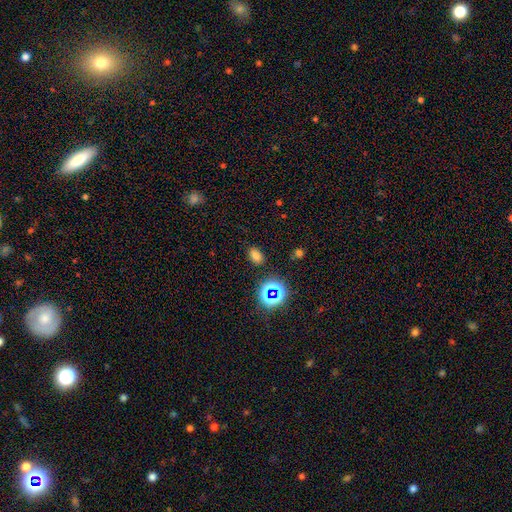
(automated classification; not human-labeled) Smooth or featured?
  - smooth: 71% *
  - star or artifact: 22%
  - featured or disk: 7%
How rounded?
  - in between: 79% *
  - round: 20%
  - cigar-shaped: 1%
Merging?
  - none: 85% *
  - minor disturbance: 10%
  - major disturbance: 3%
  - merger: 2%